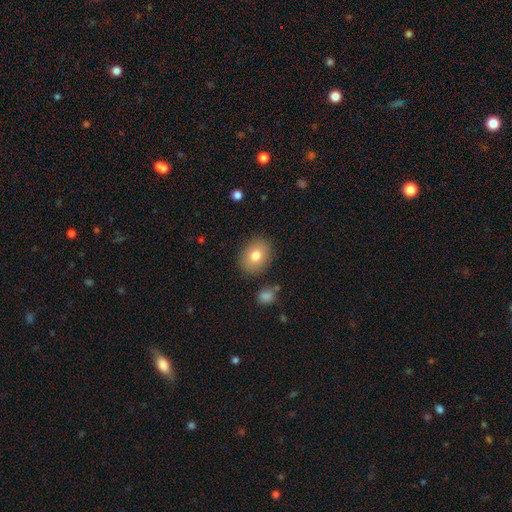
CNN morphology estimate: Overall: smooth (78%). How rounded: in between (55%; round 44%). Merging: none (85%).